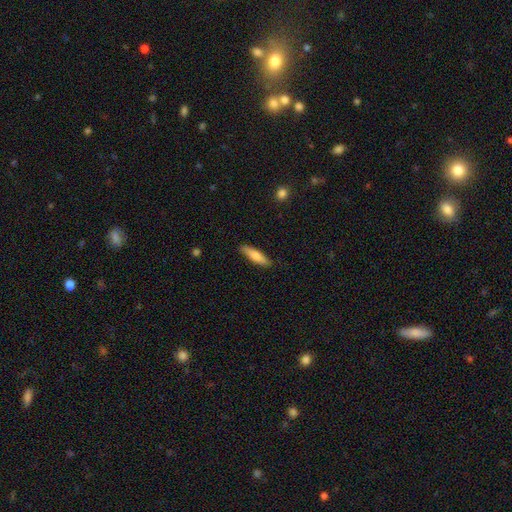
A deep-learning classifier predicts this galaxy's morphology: This is likely a smooth galaxy (78%). How rounded: likely cigar-shaped (66%). Merging: clearly none (86%).